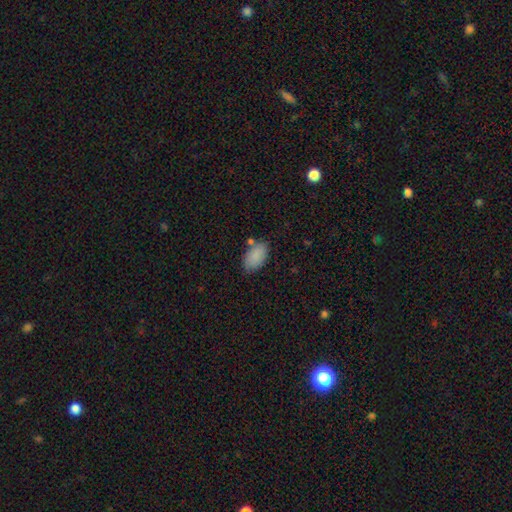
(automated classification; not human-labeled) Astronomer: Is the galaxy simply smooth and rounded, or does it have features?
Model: smooth — 87%.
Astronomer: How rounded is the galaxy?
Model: in between — 93%.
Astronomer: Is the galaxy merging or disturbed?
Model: none — 70%.